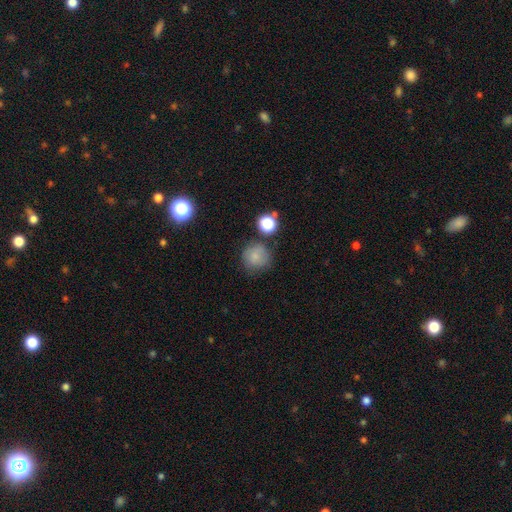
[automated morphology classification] Overall: smooth (79%). How rounded: round (91%). Merging: none (71%).